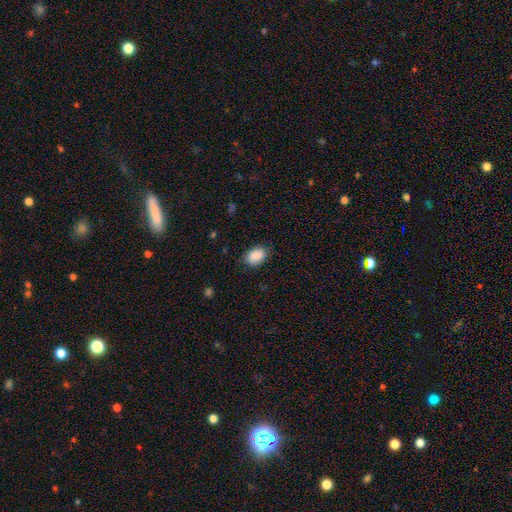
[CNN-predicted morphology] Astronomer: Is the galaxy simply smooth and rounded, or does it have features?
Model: smooth — 88%.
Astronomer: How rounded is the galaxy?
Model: in between — 81%.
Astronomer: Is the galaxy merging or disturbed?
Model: none — 80%.